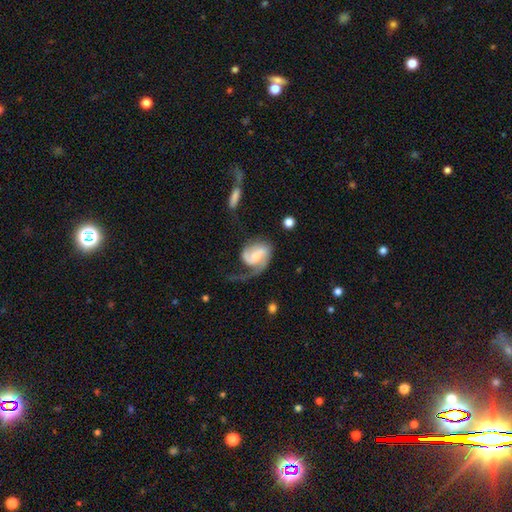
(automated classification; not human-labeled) This is likely a featured or disk galaxy (79%). It is clearly not viewed edge-on (98%). Bar: possibly weak (47%). Spiral arm pattern: clearly yes (94%). Spiral arm count: possibly 2 (51%). Spiral winding: marginally medium (44%). Central bulge: marginally moderate (39%). Merging: marginally major disturbance (42%).